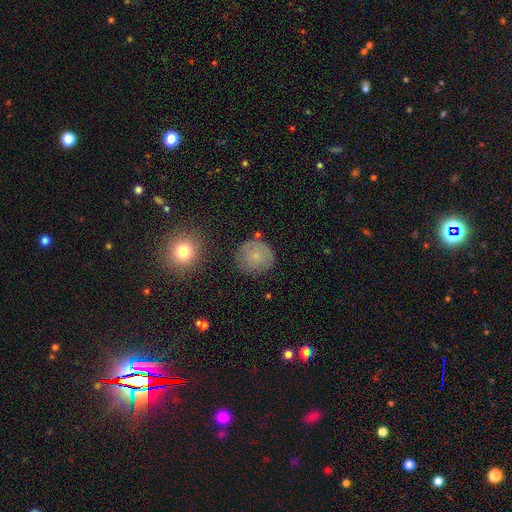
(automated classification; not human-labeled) smooth 72%, featured or disk 18%, star or artifact 10%. Down the decision tree: how rounded — round (91%); merging — none (79%).